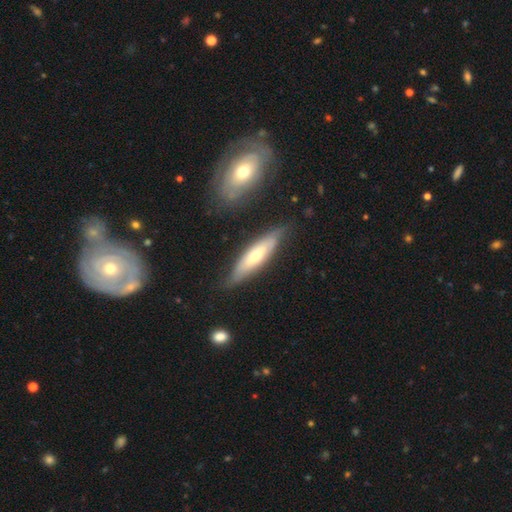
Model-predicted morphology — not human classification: A featured or disk galaxy (47%, tied with smooth). Merging: none (77%).